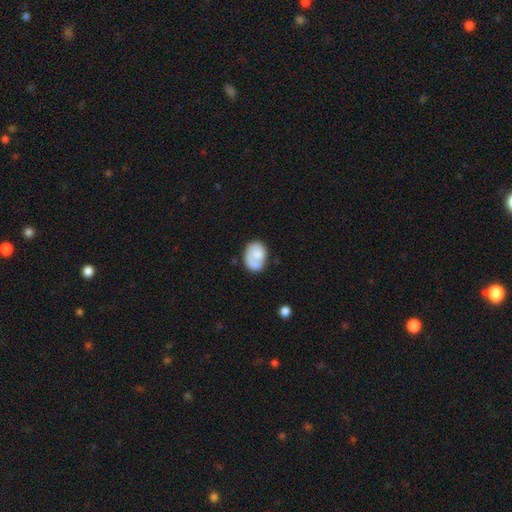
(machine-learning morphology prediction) smooth-or-featured: smooth: 62% | featured or disk: 31% | star or artifact: 6%
  how-rounded: in between: 70% | round: 28% | cigar-shaped: 1%
  merging: none: 57% | minor disturbance: 24% | major disturbance: 13% | merger: 6%